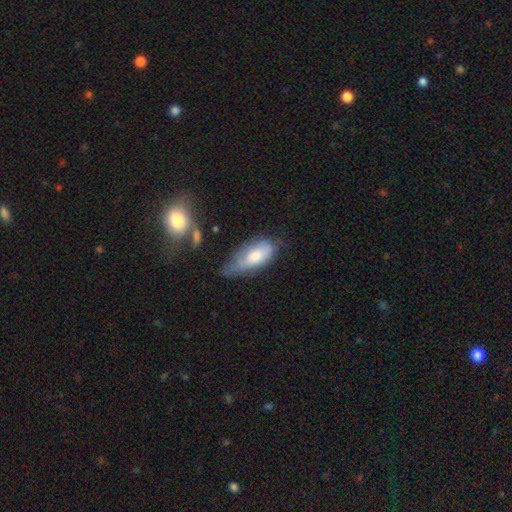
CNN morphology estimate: Q: Smooth or featured?
A: smooth (71%); runner-up: featured or disk (23%)
Q: How rounded?
A: in between (86%); runner-up: cigar-shaped (11%)
Q: Merging?
A: minor disturbance (42%); runner-up: none (29%)